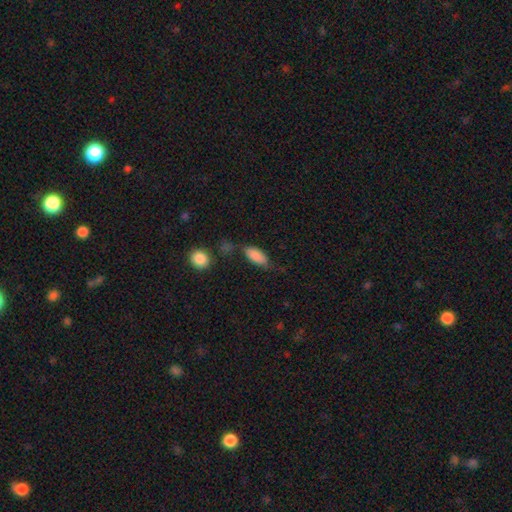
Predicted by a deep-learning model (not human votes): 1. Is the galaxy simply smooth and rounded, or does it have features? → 85% smooth, 8% featured or disk, 7% star or artifact.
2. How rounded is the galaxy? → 85% in between, 12% cigar-shaped, 3% round.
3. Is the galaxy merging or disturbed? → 59% none, 23% minor disturbance, 9% merger, 8% major disturbance.